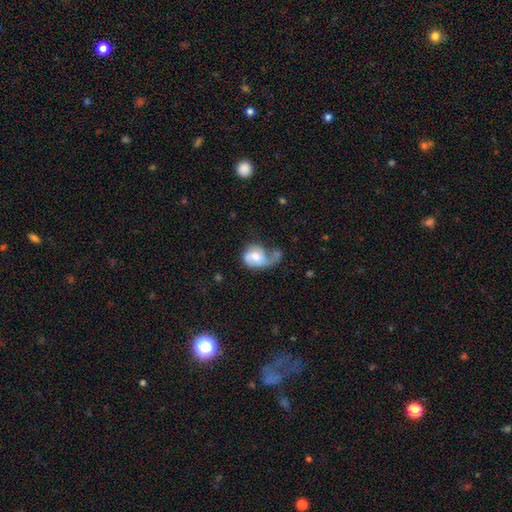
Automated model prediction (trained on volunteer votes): Smooth or featured? smooth (46%, tied with featured or disk)
Merging? major disturbance (39%)